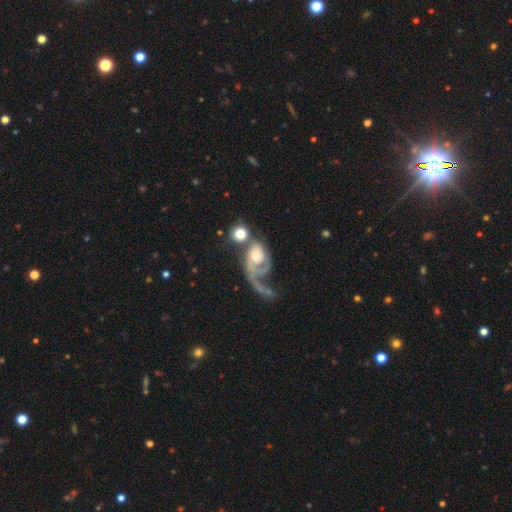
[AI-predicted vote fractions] Smooth or featured? featured or disk (78%)
Edge-on disk? no (97%)
Bar? no (70%)
Spiral arms? yes (89%)
Spiral winding? loose (37%)
Spiral arm count? 1 (65%)
Bulge size? moderate (43%)
Merging? merger (38%)